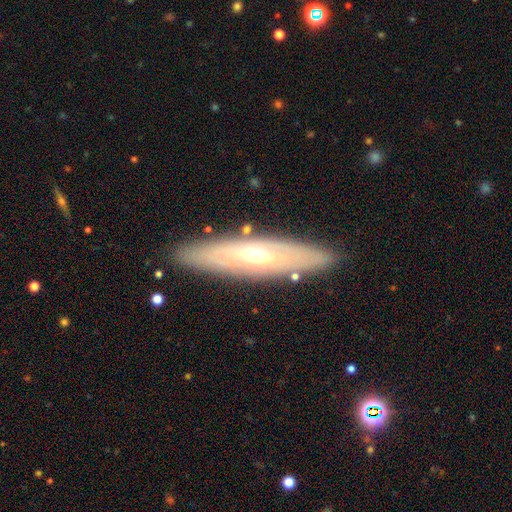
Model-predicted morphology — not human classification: smooth-or-featured: featured or disk: 63% | smooth: 30% | star or artifact: 7%
  disk-edge-on: yes: 56% | no: 44%
  merging: none: 87% | minor disturbance: 9% | major disturbance: 2% | merger: 2%